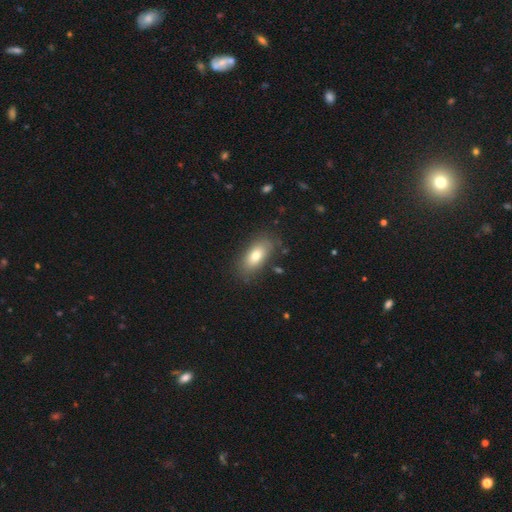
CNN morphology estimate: smooth 75%, featured or disk 17%, star or artifact 8%. Down the decision tree: how rounded — in between (88%); merging — none (80%).